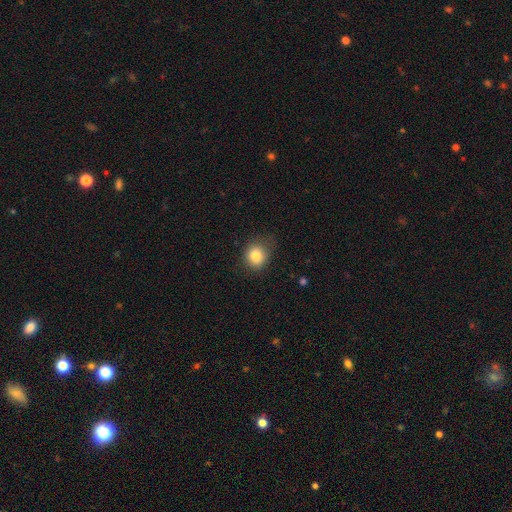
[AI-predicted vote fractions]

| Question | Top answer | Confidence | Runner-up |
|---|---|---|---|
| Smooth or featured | smooth | 82% | star or artifact (11%) |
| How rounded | round | 73% | in between (26%) |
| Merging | none | 74% | minor disturbance (20%) |